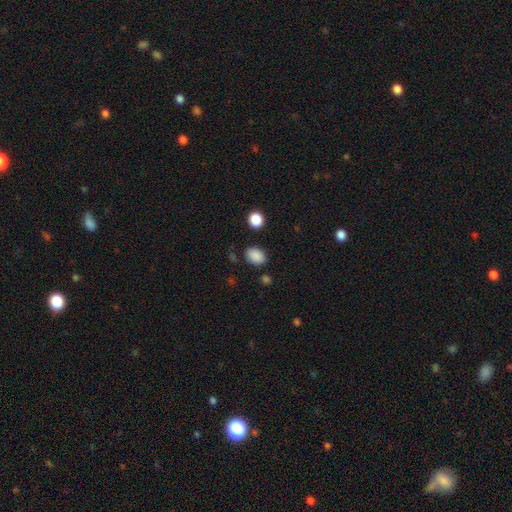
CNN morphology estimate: smooth 87%, star or artifact 9%, featured or disk 3%. Down the decision tree: how rounded — in between (70%); merging — none (83%).